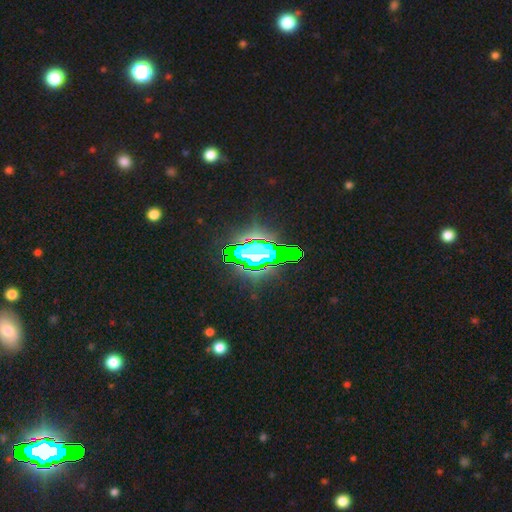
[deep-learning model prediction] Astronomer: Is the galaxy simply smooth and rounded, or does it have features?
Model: star or artifact — 85%.